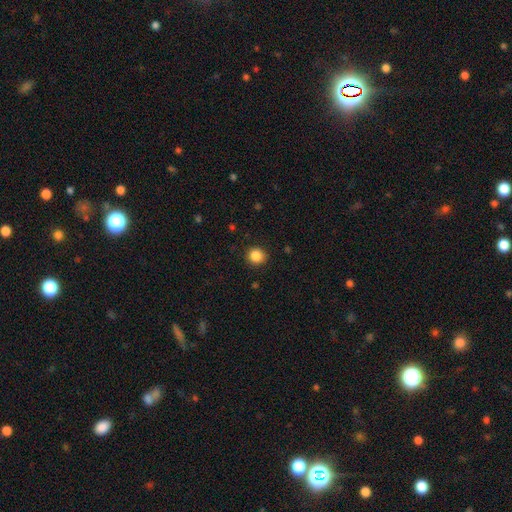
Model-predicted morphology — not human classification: This is clearly a smooth galaxy (86%). How rounded: clearly round (88%). Merging: clearly none (89%).